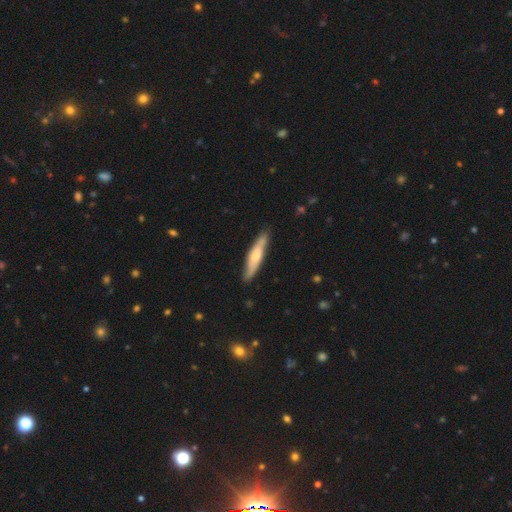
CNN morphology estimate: Overall: smooth (53%; featured or disk 42%). How rounded: cigar-shaped (84%). Merging: none (83%).